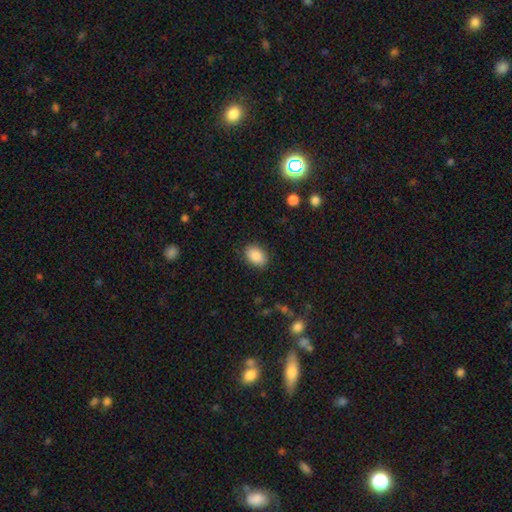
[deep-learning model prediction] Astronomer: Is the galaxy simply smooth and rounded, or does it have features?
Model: smooth — 88%.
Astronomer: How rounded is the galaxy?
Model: in between — 82%.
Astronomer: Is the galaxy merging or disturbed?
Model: none — 85%.